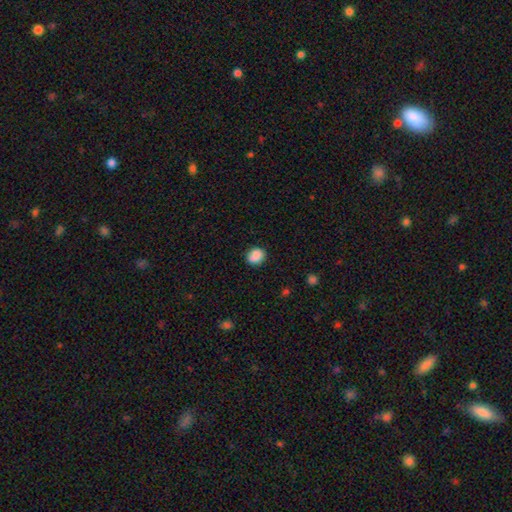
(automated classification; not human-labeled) This is clearly a smooth galaxy (86%). How rounded: likely round (72%). Merging: clearly none (83%).